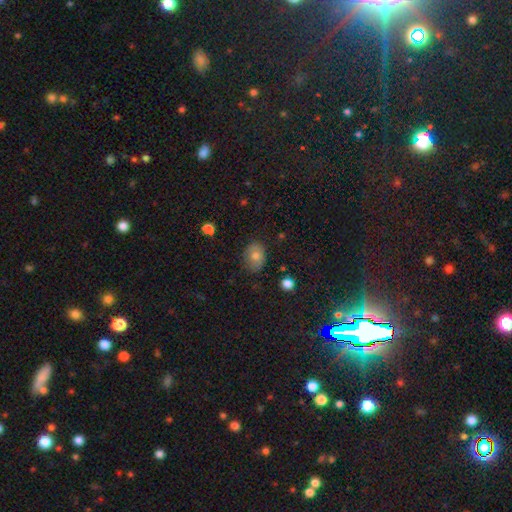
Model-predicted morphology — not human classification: The model was most divided on "how rounded": in between: 67%, round: 32%, cigar-shaped: 1%. More confident: merging — none (77%); smooth or featured — smooth (74%).